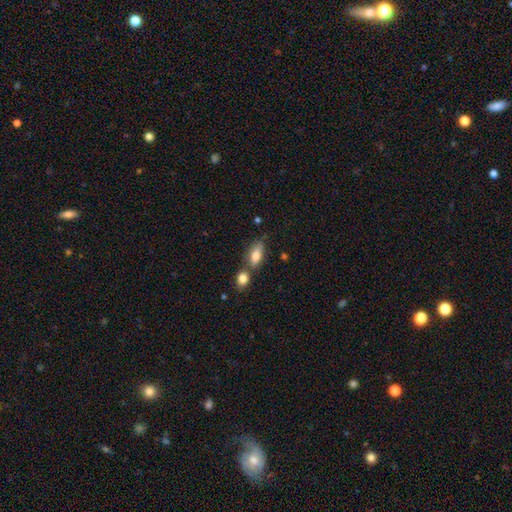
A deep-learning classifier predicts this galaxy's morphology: This appears to be a smooth galaxy with no disk features (79%) that is in between round and cigar-shaped (86%). Merging: none (49%).